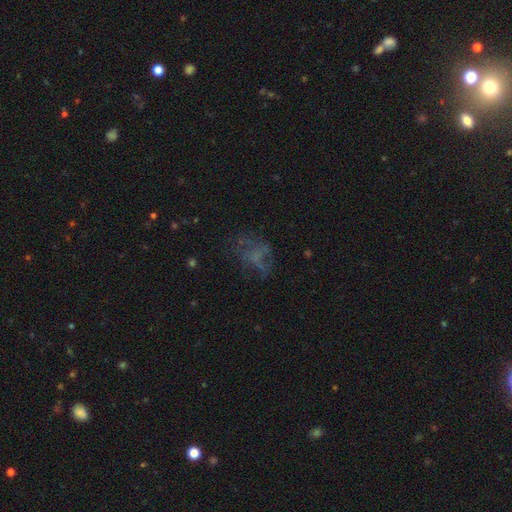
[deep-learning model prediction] Morphology: type=featured or disk (43%); merging=none (47%).